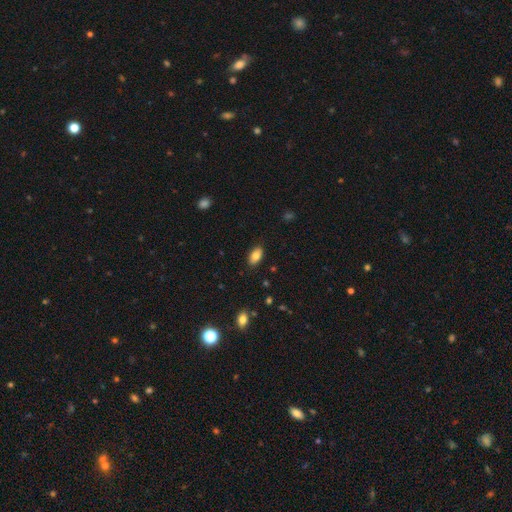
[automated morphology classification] smooth_or_featured: smooth (p=0.80) [alt: featured or disk p=0.12]
how_rounded: in between (p=0.92) [alt: round p=0.05]
merging: none (p=0.87) [alt: minor disturbance p=0.10]